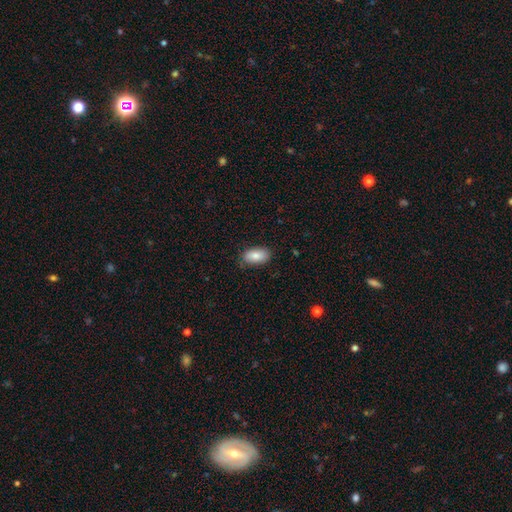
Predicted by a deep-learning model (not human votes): A smooth galaxy with no disk features (83%) that is in between round and cigar-shaped (93%). Merging: none (82%).